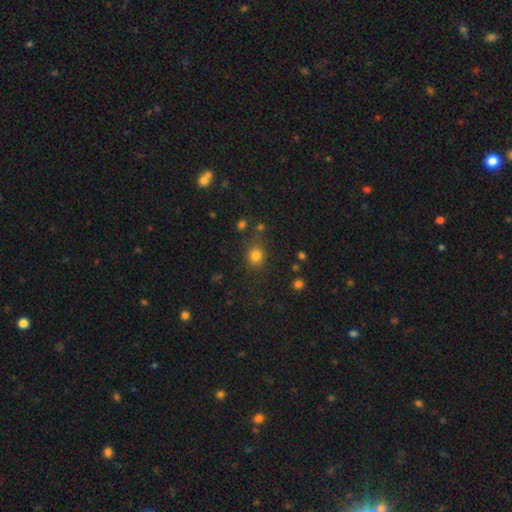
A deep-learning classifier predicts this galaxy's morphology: type=smooth (81%); roundness=round (72%); merging=none (76%).